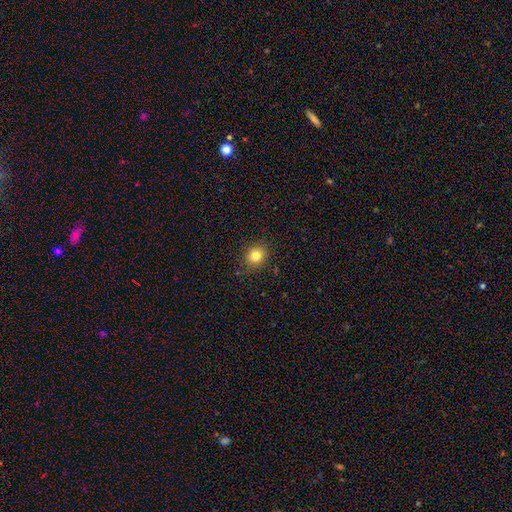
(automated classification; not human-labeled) Smooth or featured? smooth (82%)
How rounded? round (76%)
Merging? none (88%)